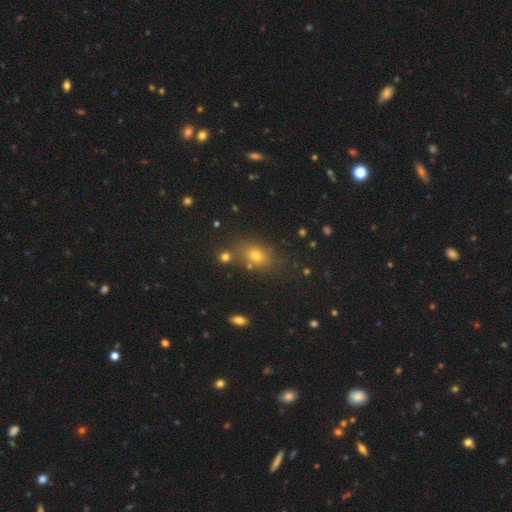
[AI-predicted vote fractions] A smooth galaxy with no disk features (67%) that is in between round and cigar-shaped (63%). Merging: none (74%).